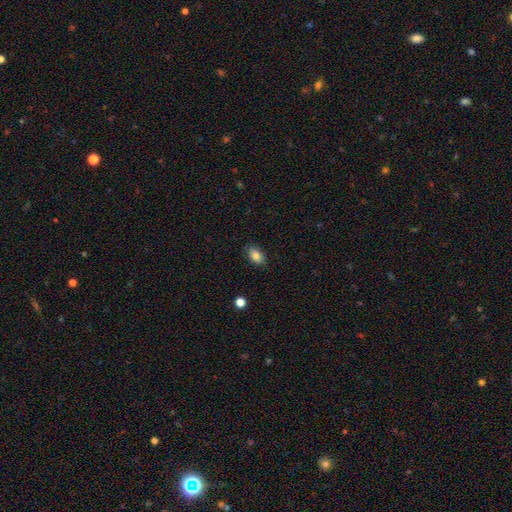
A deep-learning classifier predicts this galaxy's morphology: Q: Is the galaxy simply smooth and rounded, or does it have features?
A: smooth — 84%.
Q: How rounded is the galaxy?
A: in between — 87%.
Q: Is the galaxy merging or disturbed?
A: none — 86%.